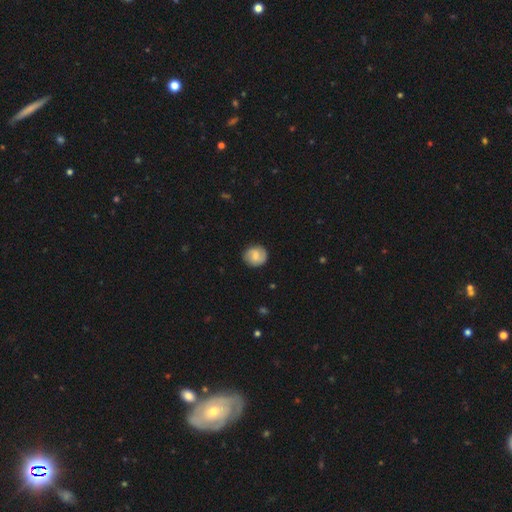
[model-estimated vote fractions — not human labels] Smooth or featured? Predicted: smooth (p=0.67). How rounded? Predicted: round (p=0.82). Merging? Predicted: none (p=0.85).